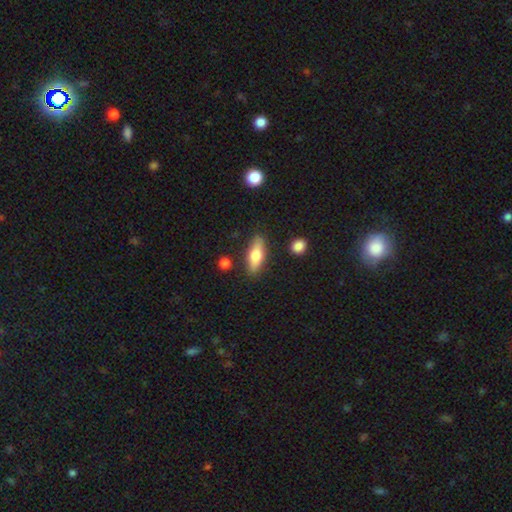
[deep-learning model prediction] Smooth or featured: smooth — 69% (featured or disk — 25%)
How rounded: in between — 63% (cigar-shaped — 34%)
Merging: none — 82% (minor disturbance — 12%)